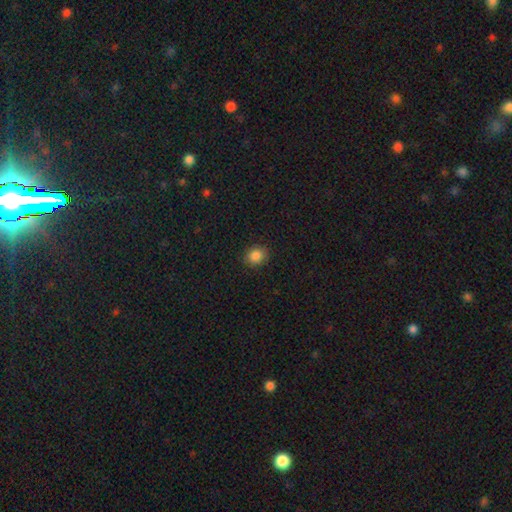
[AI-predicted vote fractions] Overall: smooth (85%). How rounded: round (69%; in between 30%). Merging: none (88%).